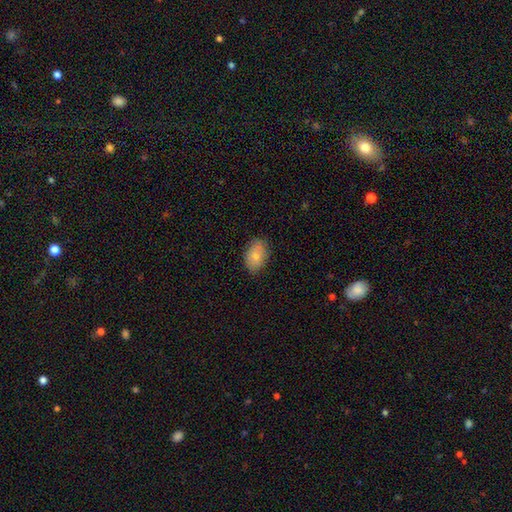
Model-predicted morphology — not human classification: Smooth or featured?
  - smooth: 79% *
  - featured or disk: 14%
  - star or artifact: 7%
How rounded?
  - in between: 87% *
  - round: 12%
  - cigar-shaped: 1%
Merging?
  - none: 81% *
  - minor disturbance: 15%
  - major disturbance: 3%
  - merger: 1%